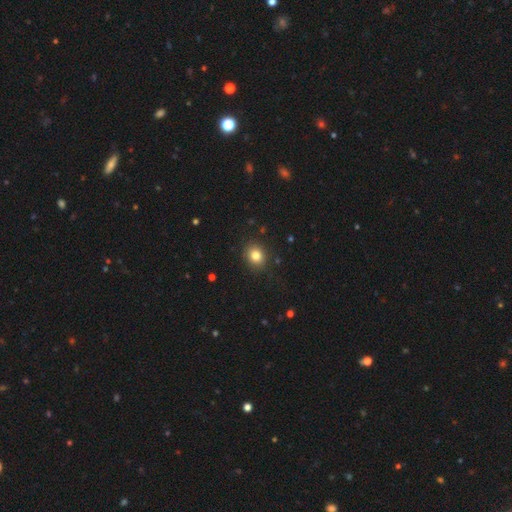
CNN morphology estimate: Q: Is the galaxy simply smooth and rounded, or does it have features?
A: smooth — 82%.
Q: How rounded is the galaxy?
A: round — 65%.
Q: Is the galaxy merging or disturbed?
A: none — 88%.